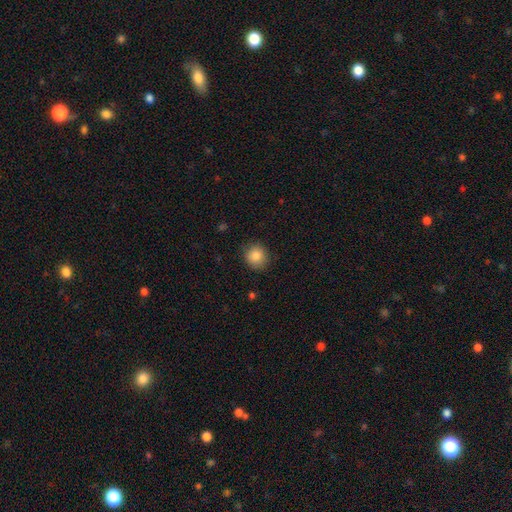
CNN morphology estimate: Q: Smooth or featured?
A: smooth (85%); runner-up: star or artifact (9%)
Q: How rounded?
A: round (87%); runner-up: in between (12%)
Q: Merging?
A: none (87%); runner-up: minor disturbance (10%)